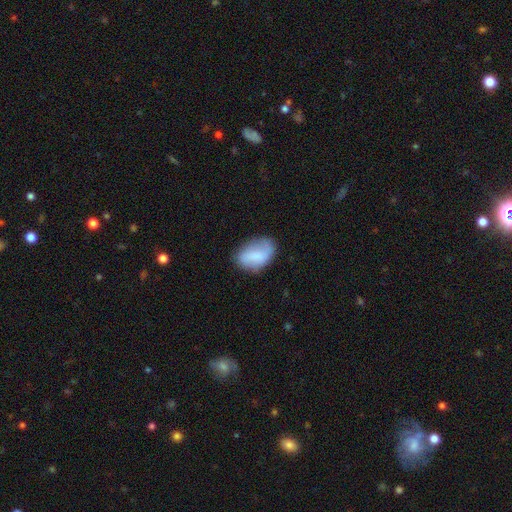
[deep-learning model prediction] This appears to be a smooth galaxy with no disk features (73%) that is in between round and cigar-shaped (89%). Merging: none (62%).